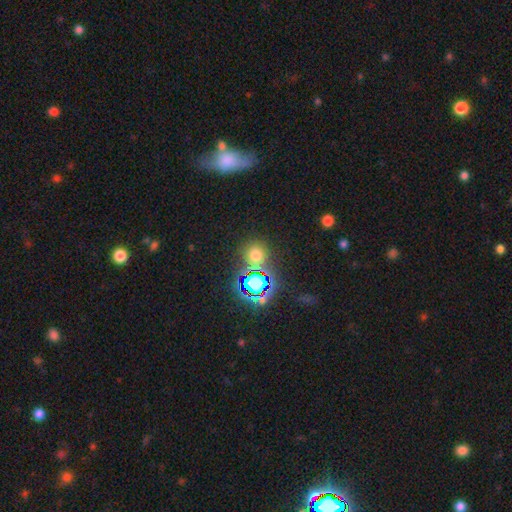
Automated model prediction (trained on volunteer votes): Q: Smooth or featured?
A: smooth (54%); runner-up: star or artifact (39%)
Q: How rounded?
A: round (86%); runner-up: in between (13%)
Q: Merging?
A: none (77%); runner-up: merger (10%)